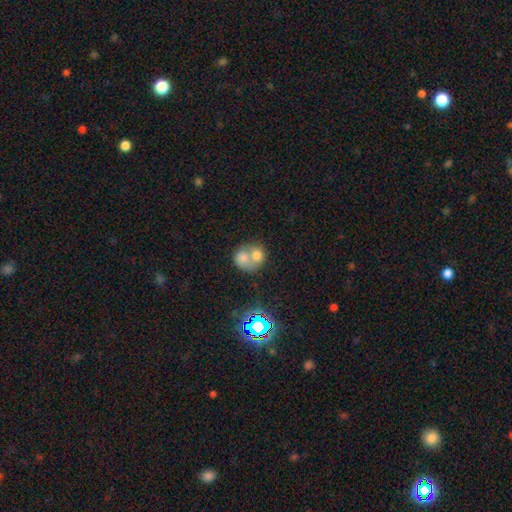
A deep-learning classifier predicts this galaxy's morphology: smooth-or-featured: smooth: 64% | featured or disk: 23% | star or artifact: 14%
  how-rounded: round: 69% | in between: 30% | cigar-shaped: 1%
  merging: merger: 70% | none: 21% | minor disturbance: 5% | major disturbance: 4%